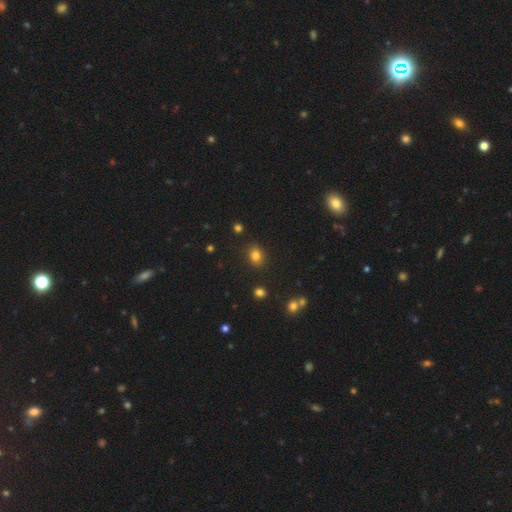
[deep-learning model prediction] smooth 81%, star or artifact 13%, featured or disk 6%. Down the decision tree: how rounded — in between (56%); merging — none (86%).